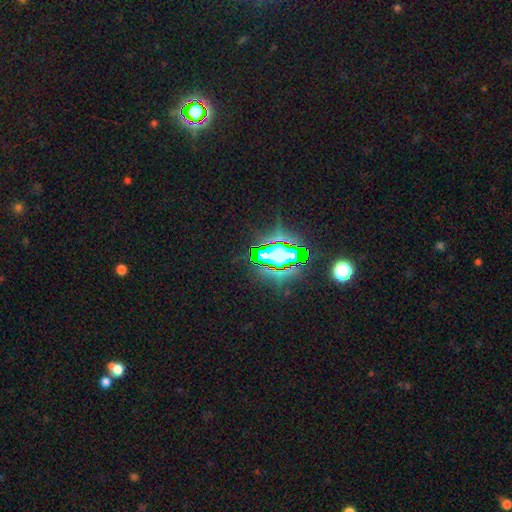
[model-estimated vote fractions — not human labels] Smooth or featured?
  - star or artifact: 74% *
  - smooth: 14%
  - featured or disk: 12%